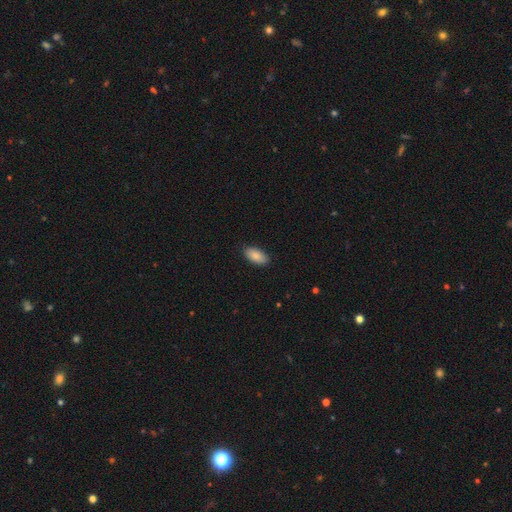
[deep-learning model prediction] smooth 88%, star or artifact 6%, featured or disk 6%. Down the decision tree: how rounded — in between (94%); merging — none (87%).